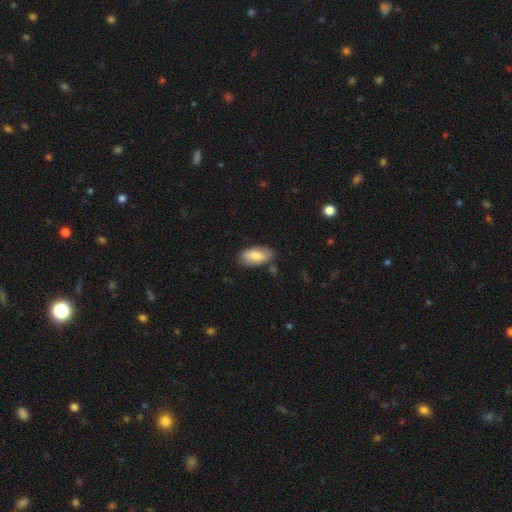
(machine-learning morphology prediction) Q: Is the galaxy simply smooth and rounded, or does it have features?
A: smooth — 80%.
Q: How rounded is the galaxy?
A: in between — 91%.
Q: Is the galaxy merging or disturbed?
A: none — 79%.